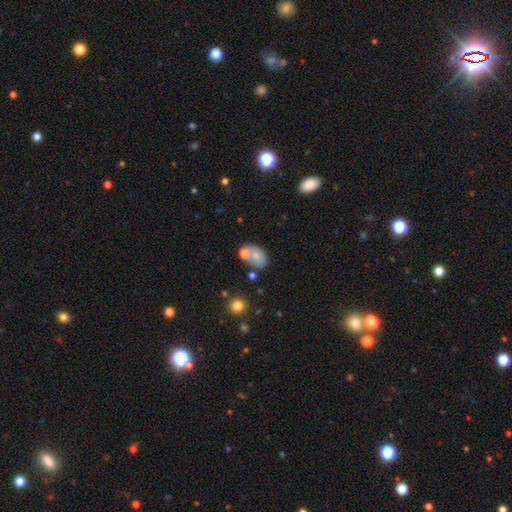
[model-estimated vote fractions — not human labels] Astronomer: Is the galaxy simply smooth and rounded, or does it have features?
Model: smooth — 69%.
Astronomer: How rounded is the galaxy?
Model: in between — 82%.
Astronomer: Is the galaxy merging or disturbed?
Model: none — 41% (runner-up: merger, 33%).